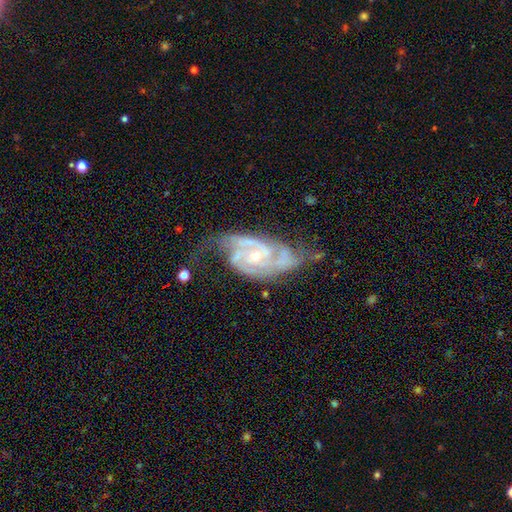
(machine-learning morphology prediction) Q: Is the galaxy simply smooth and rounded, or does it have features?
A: featured or disk — 92%.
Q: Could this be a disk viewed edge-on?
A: no — 97%.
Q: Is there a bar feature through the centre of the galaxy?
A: no — 59%.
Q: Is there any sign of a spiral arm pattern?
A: yes — 98%.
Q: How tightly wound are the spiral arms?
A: tight — 50%.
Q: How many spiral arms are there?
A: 2 — 50%.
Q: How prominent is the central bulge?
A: small — 64%.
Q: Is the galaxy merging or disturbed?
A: none — 54%.